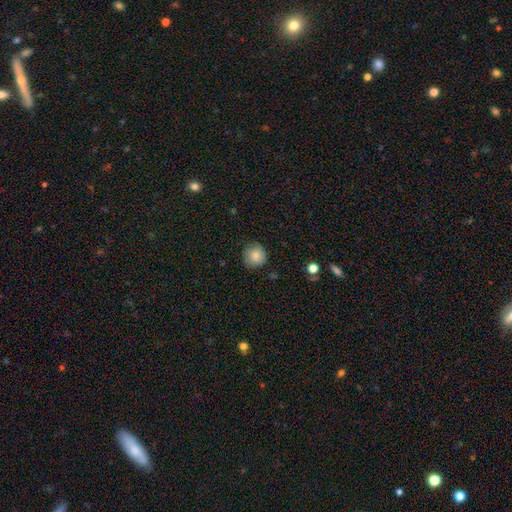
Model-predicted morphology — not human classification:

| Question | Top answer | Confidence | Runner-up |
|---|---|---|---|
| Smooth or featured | smooth | 84% | star or artifact (9%) |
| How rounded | round | 92% | in between (7%) |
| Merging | none | 81% | minor disturbance (15%) |